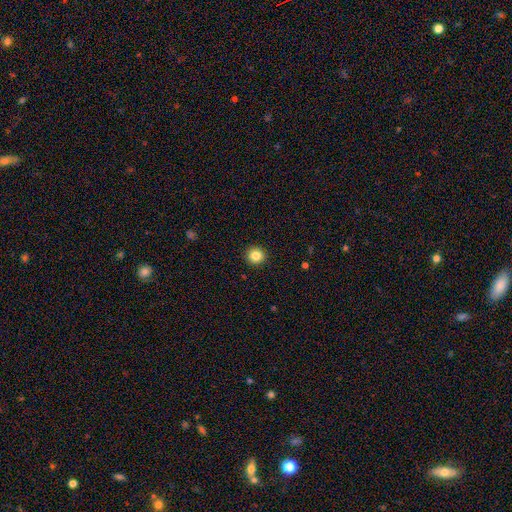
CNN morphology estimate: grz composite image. It shows a smooth galaxy with no disk features (84%) that is round (93%). Merging: none (92%).